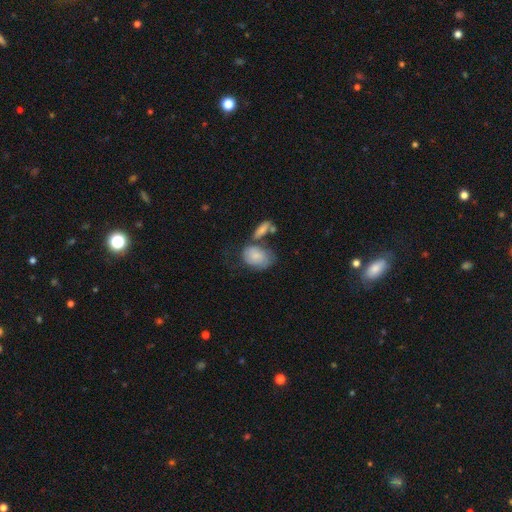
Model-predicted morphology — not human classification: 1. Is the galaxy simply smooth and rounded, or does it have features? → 65% smooth, 28% featured or disk, 7% star or artifact.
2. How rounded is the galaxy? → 78% in between, 20% round, 2% cigar-shaped.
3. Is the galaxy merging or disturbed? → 34% none, 29% merger, 22% minor disturbance, 15% major disturbance.